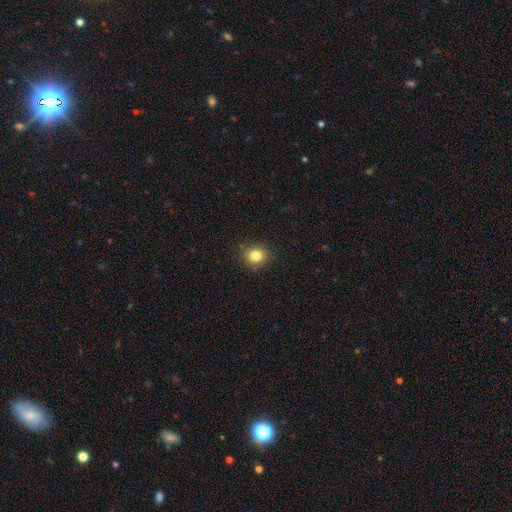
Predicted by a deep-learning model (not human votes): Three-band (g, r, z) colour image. It shows a smooth galaxy with no disk features (83%) that is round (82%). Merging: none (86%).